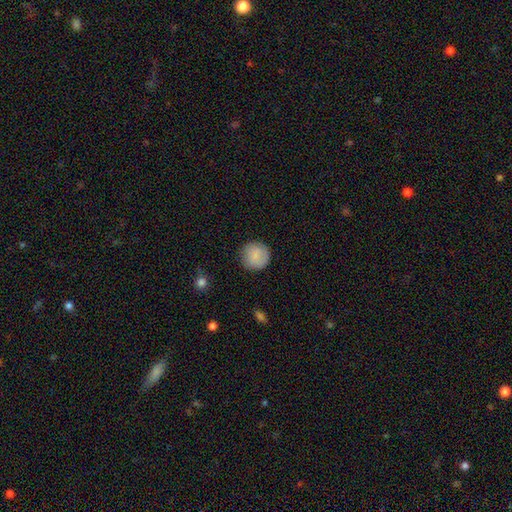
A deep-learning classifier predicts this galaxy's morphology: A smooth galaxy with no disk features (85%) that is round (94%). Merging: none (86%).